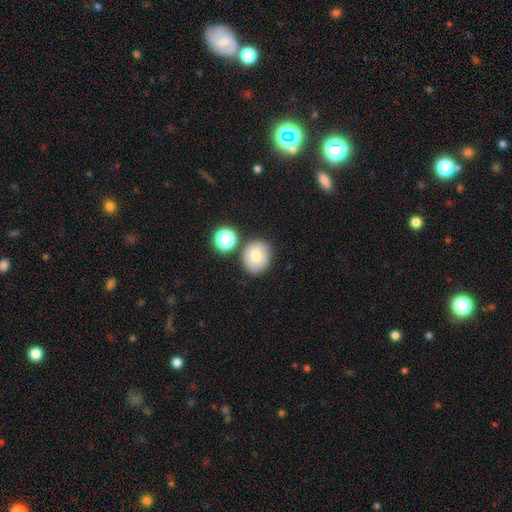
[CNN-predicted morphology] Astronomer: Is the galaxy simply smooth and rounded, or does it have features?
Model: smooth — 77%.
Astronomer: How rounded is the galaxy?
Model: round — 66%.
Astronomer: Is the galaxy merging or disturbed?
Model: none — 75%.